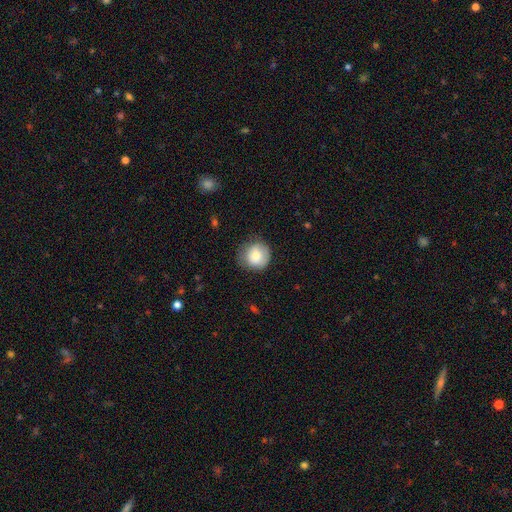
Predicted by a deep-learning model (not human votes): A smooth galaxy with no disk features (78%) that is round (88%).

Vote fractions:
- Smooth or featured? smooth: 78% / featured or disk: 15% / star or artifact: 7%
- How rounded? round: 88% / in between: 11% / cigar-shaped: 1%
- Merging? none: 68% / minor disturbance: 24% / major disturbance: 7% / merger: 1%